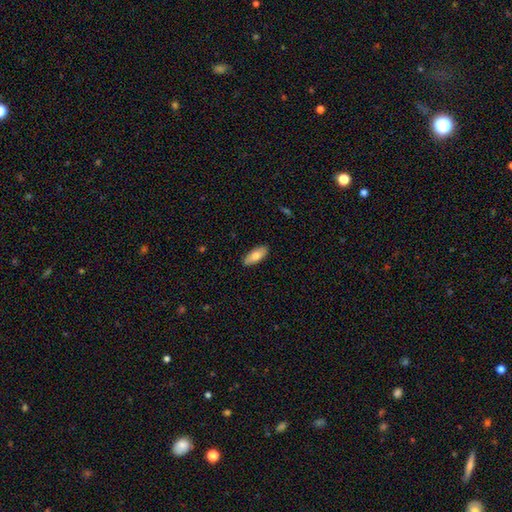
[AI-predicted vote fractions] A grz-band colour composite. It shows a smooth galaxy with no disk features (78%) that is in between round and cigar-shaped (80%). Merging: none (88%).